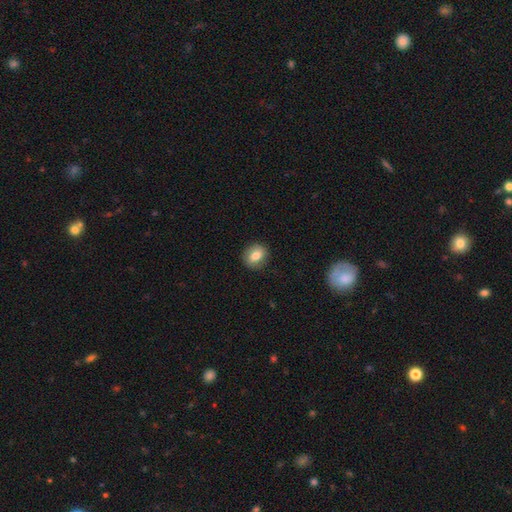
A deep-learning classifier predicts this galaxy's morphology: Q: Smooth or featured?
A: smooth (77%); runner-up: featured or disk (14%)
Q: How rounded?
A: round (67%); runner-up: in between (32%)
Q: Merging?
A: none (86%); runner-up: minor disturbance (10%)